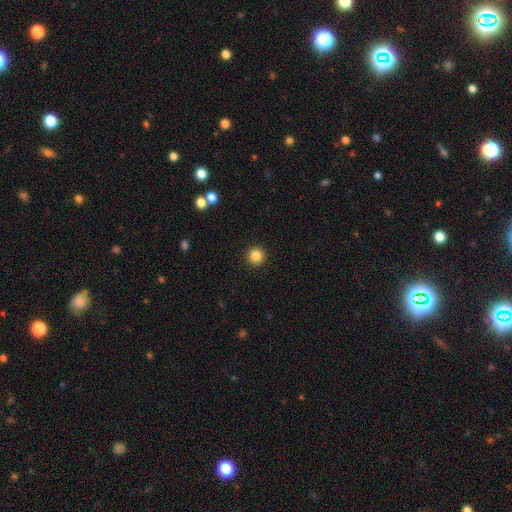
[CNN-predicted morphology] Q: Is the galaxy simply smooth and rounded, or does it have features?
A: smooth — 85%.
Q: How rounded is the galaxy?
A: round — 96%.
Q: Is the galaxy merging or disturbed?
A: none — 93%.